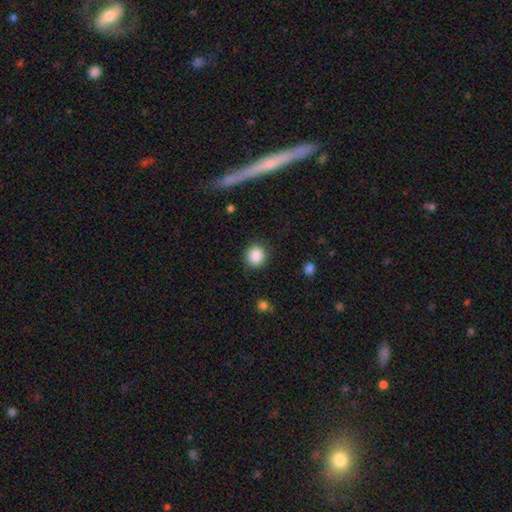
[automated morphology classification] Q: Smooth or featured?
A: smooth (87%); runner-up: star or artifact (9%)
Q: How rounded?
A: round (86%); runner-up: in between (13%)
Q: Merging?
A: none (89%); runner-up: minor disturbance (7%)